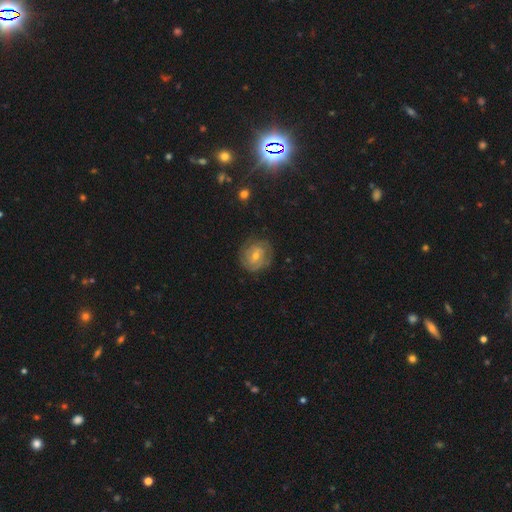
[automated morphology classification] featured or disk 62%, smooth 25%, star or artifact 14%. Down the decision tree: edge-on disk — no (96%); bar — no (48%); spiral arms — yes (79%); bulge size — small (49%); merging — none (79%).